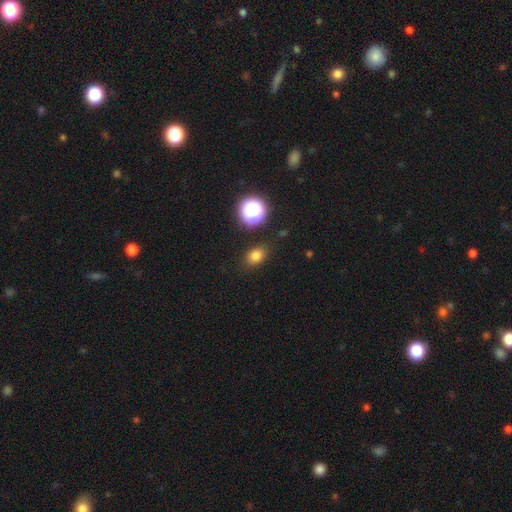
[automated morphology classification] Q: Smooth or featured?
A: smooth (78%); runner-up: star or artifact (16%)
Q: How rounded?
A: in between (62%); runner-up: round (36%)
Q: Merging?
A: none (82%); runner-up: minor disturbance (12%)